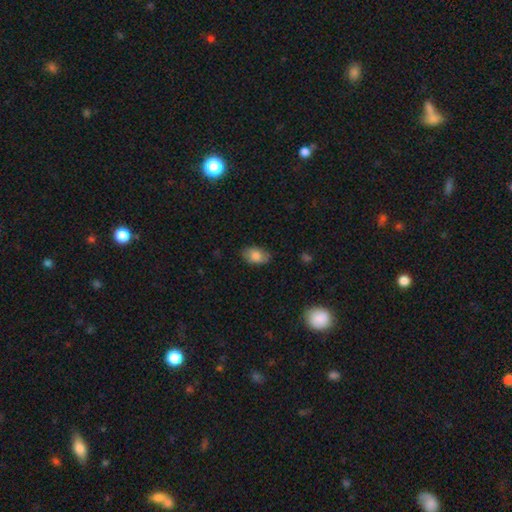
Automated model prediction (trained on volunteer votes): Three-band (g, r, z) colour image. It shows a smooth galaxy with no disk features (82%) that is in between round and cigar-shaped (91%). Merging: none (79%).